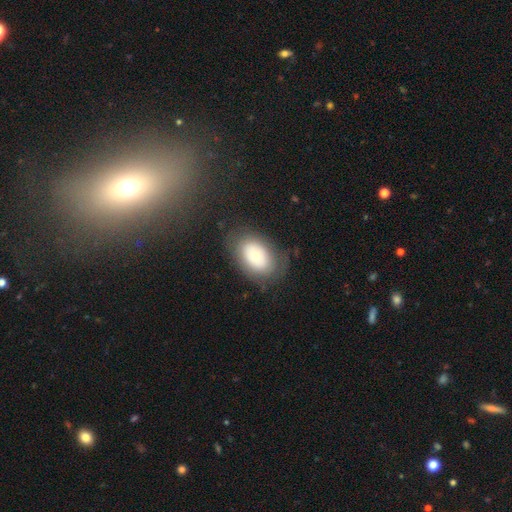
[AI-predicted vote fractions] Smooth or featured?
  - smooth: 63% *
  - featured or disk: 29%
  - star or artifact: 8%
How rounded?
  - in between: 84% *
  - round: 14%
  - cigar-shaped: 1%
Merging?
  - none: 72% *
  - minor disturbance: 16%
  - major disturbance: 10%
  - merger: 2%